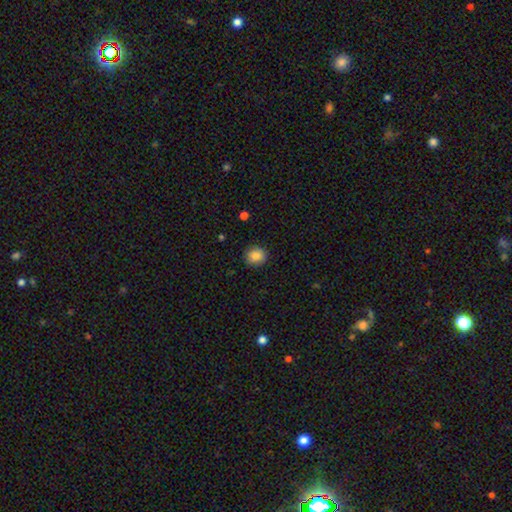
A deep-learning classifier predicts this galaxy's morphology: smooth_or_featured: smooth (p=0.85) [alt: star or artifact p=0.09]
how_rounded: round (p=0.83) [alt: in between p=0.16]
merging: none (p=0.90) [alt: minor disturbance p=0.07]